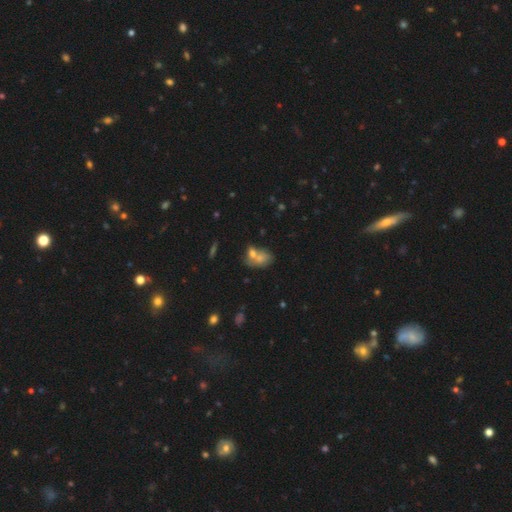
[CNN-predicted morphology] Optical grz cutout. It shows a smooth galaxy with no disk features (66%) that is in between round and cigar-shaped (73%). Merging: merger (50%).